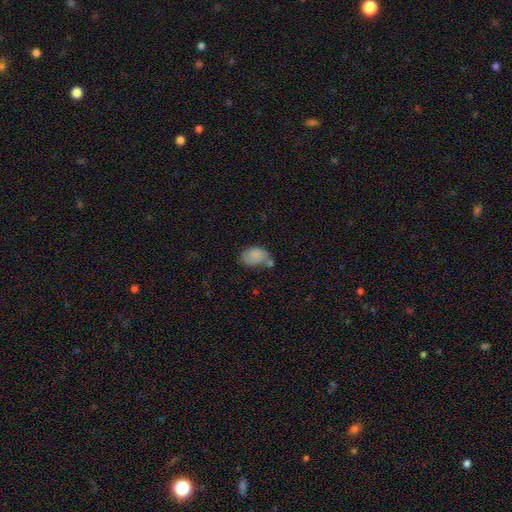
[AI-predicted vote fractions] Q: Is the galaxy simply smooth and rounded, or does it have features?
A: smooth — 81%.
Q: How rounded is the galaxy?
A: in between — 84%.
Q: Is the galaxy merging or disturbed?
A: none — 43%.